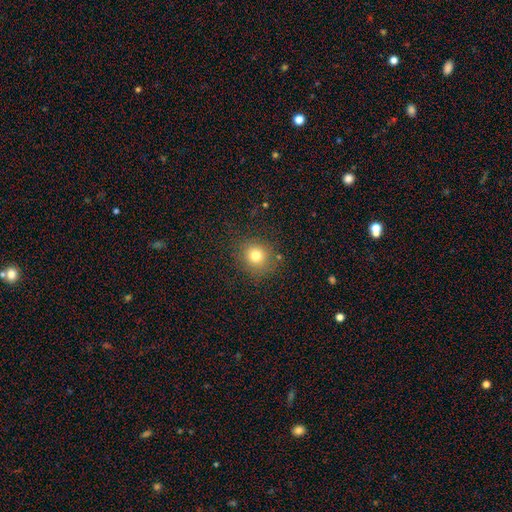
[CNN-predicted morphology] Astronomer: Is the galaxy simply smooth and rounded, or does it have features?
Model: smooth — 77%.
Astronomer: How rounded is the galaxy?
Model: round — 87%.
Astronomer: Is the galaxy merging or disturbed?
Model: none — 85%.